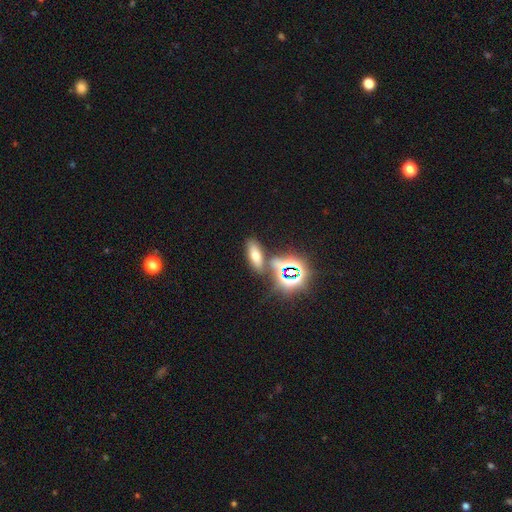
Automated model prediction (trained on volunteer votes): smooth-or-featured: smooth: 53% | star or artifact: 33% | featured or disk: 14%
  how-rounded: in between: 65% | cigar-shaped: 21% | round: 14%
  merging: none: 74% | merger: 12% | minor disturbance: 10% | major disturbance: 4%